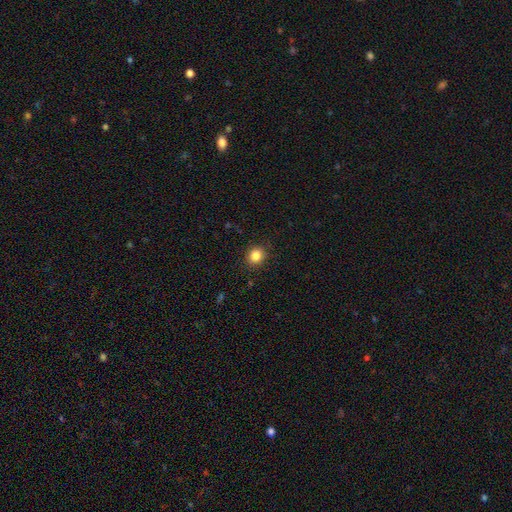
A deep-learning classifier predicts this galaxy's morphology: This is clearly a smooth galaxy (84%). How rounded: likely round (78%). Merging: clearly none (90%).